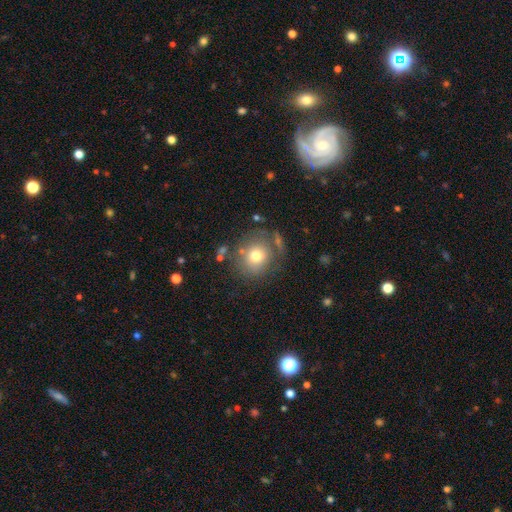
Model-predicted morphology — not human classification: Smooth or featured?
  - smooth: 72% *
  - featured or disk: 17%
  - star or artifact: 11%
How rounded?
  - round: 85% *
  - in between: 14%
  - cigar-shaped: 1%
Merging?
  - none: 69% *
  - minor disturbance: 16%
  - major disturbance: 8%
  - merger: 7%